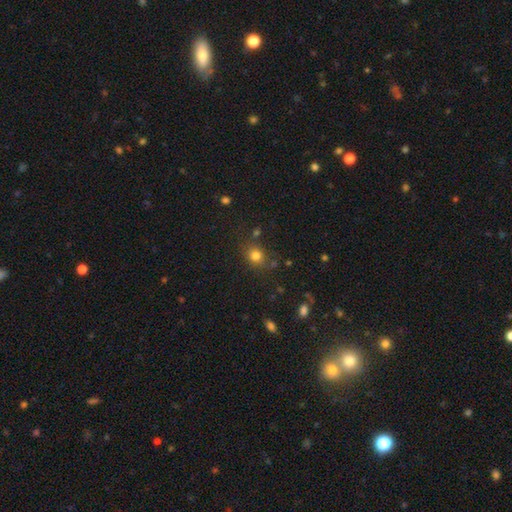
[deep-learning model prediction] Q: Smooth or featured?
A: smooth (79%); runner-up: star or artifact (15%)
Q: How rounded?
A: round (70%); runner-up: in between (29%)
Q: Merging?
A: none (75%); runner-up: minor disturbance (14%)